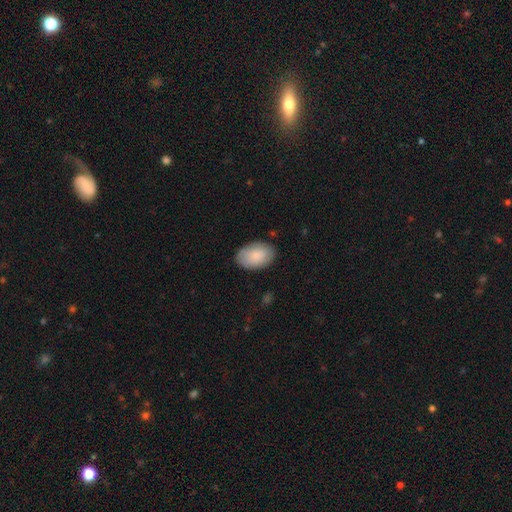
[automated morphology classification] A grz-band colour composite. It shows a smooth galaxy with no disk features (80%) that is in between round and cigar-shaped (90%). Merging: none (82%).